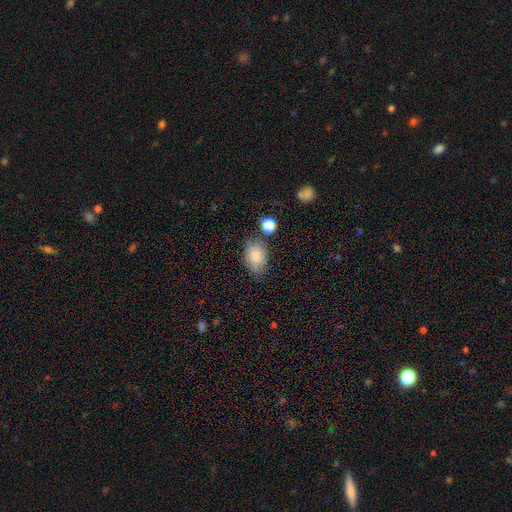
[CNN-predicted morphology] Q: Smooth or featured?
A: smooth (78%); runner-up: featured or disk (14%)
Q: How rounded?
A: in between (83%); runner-up: round (16%)
Q: Merging?
A: none (66%); runner-up: minor disturbance (23%)